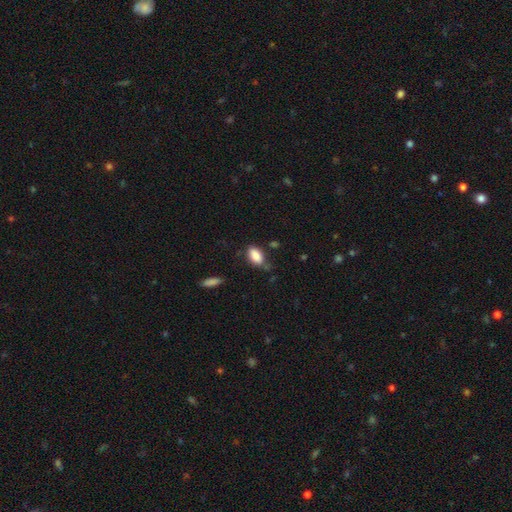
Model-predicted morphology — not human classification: smooth 86%, star or artifact 7%, featured or disk 6%. Down the decision tree: how rounded — in between (92%); merging — none (68%).